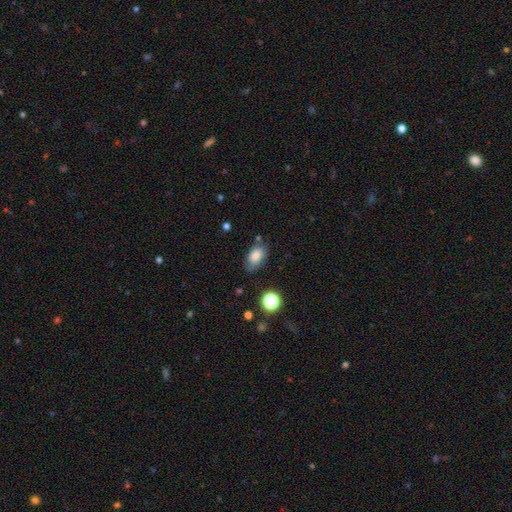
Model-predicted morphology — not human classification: Overall: smooth (82%). How rounded: in between (90%). Merging: none (70%).